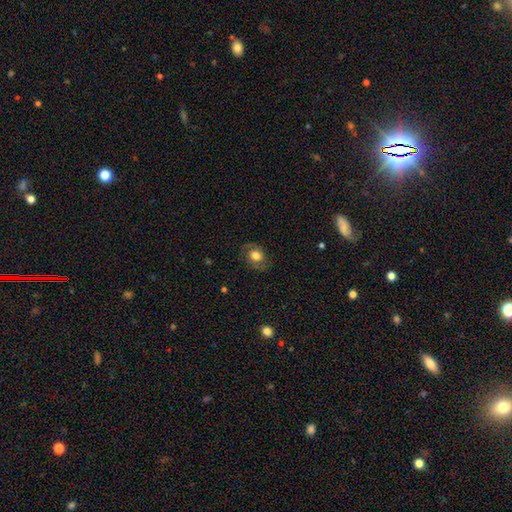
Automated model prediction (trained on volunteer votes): Smooth or featured? smooth (49%)
Merging? none (77%)